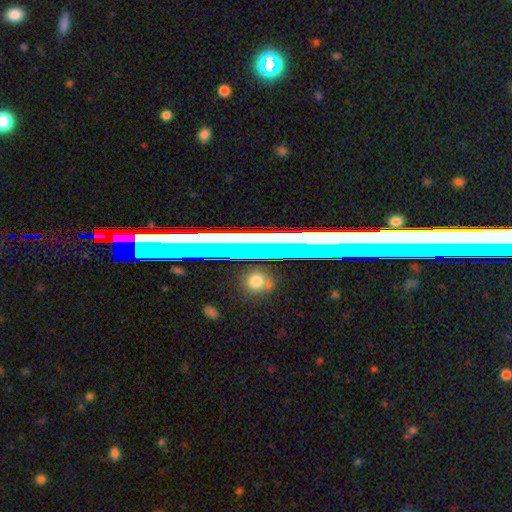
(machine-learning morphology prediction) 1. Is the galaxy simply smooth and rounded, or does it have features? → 45% featured or disk, 40% star or artifact, 15% smooth.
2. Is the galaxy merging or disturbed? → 86% none, 8% minor disturbance, 4% merger, 3% major disturbance.